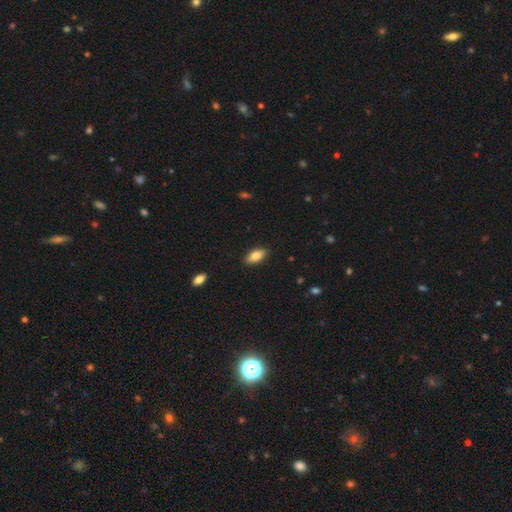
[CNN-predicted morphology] Smooth or featured? smooth (79%)
How rounded? in between (85%)
Merging? none (88%)